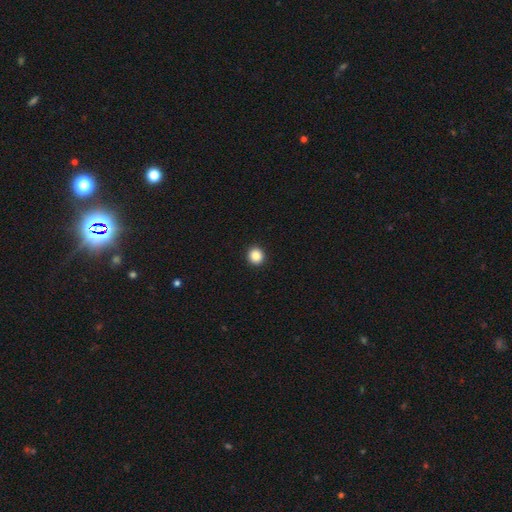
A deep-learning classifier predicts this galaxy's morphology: Q: Smooth or featured?
A: smooth (87%); runner-up: star or artifact (10%)
Q: How rounded?
A: round (92%); runner-up: in between (7%)
Q: Merging?
A: none (94%); runner-up: minor disturbance (4%)